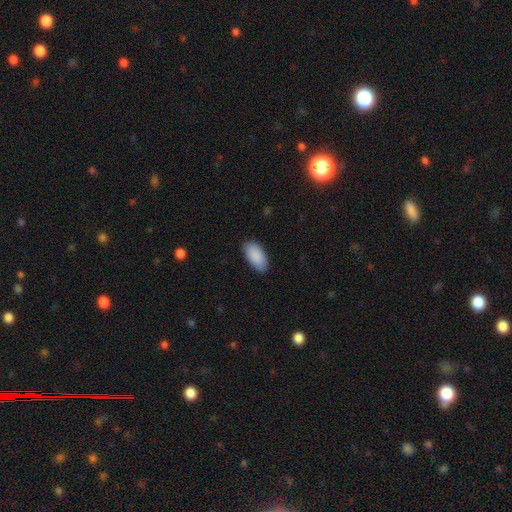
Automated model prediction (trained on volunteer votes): smooth_or_featured: smooth (p=0.91) [alt: star or artifact p=0.06]
how_rounded: in between (p=0.95) [alt: cigar-shaped p=0.03]
merging: none (p=0.85) [alt: minor disturbance p=0.12]